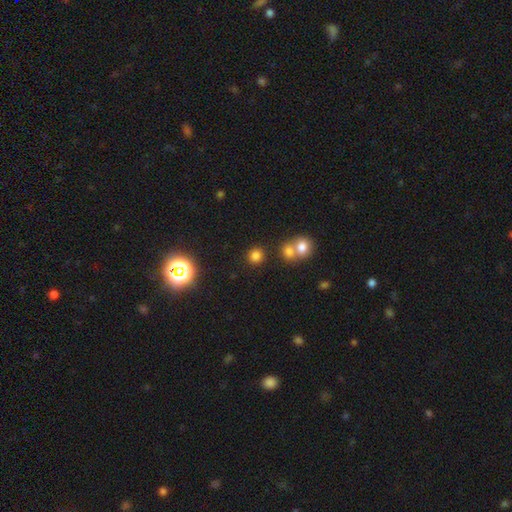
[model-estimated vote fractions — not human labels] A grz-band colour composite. It shows a smooth galaxy with no disk features (75%) that is round (88%). Merging: none (76%).